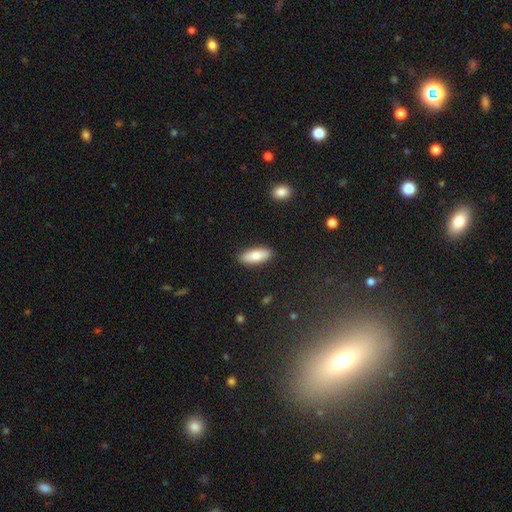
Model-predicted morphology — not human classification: This is clearly a smooth galaxy (81%). How rounded: likely in between (76%). Merging: clearly none (89%).